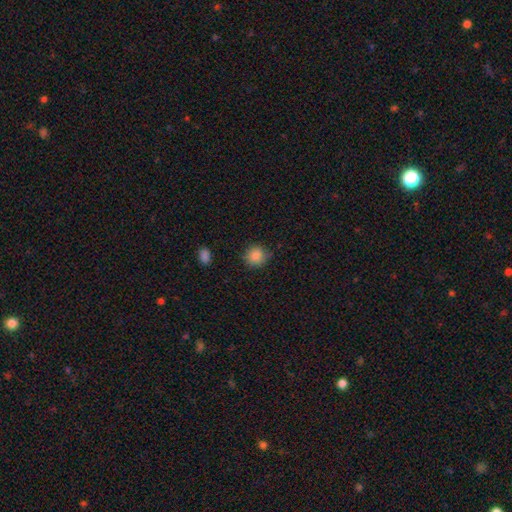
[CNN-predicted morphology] smooth_or_featured: smooth (p=0.86) [alt: star or artifact p=0.09]
how_rounded: round (p=0.89) [alt: in between p=0.10]
merging: none (p=0.81) [alt: minor disturbance p=0.14]